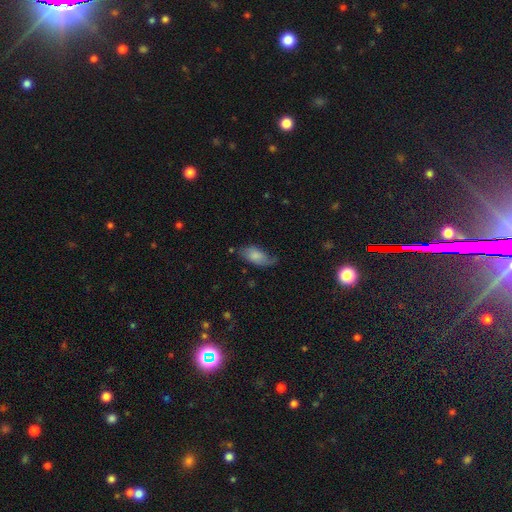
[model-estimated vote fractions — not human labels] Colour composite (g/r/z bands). It shows a smooth galaxy with no disk features (64%) that is in between round and cigar-shaped (90%). Merging: none (49%).